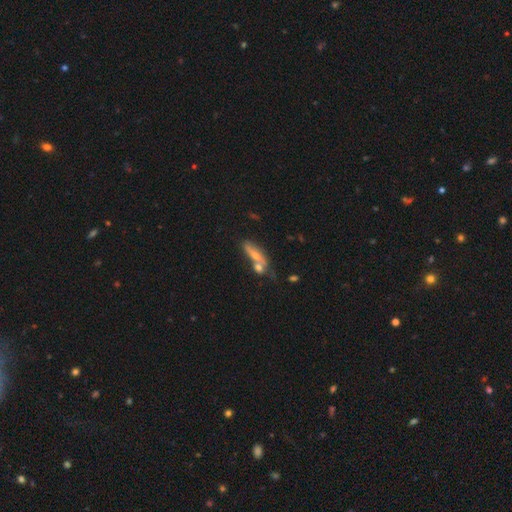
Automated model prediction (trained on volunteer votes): A smooth galaxy with no disk features (49%).

Vote fractions:
- Smooth or featured? smooth: 49% / featured or disk: 41% / star or artifact: 10%
- Merging? merger: 40% / none: 37% / minor disturbance: 15% / major disturbance: 8%